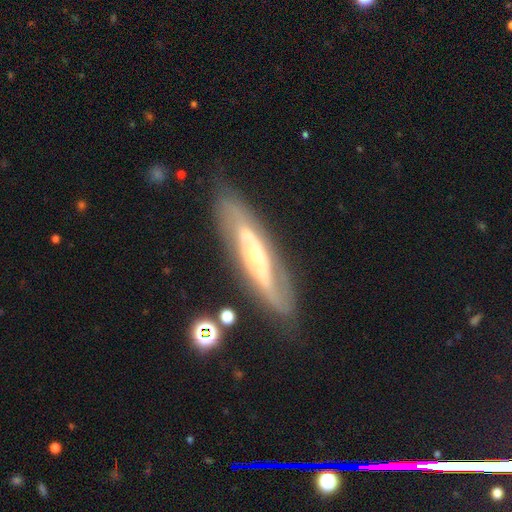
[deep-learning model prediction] This is likely a featured or disk galaxy (77%). It is likely not viewed edge-on (75%). Bar: likely no (67%). Spiral arm pattern: likely yes (66%). Central bulge: possibly small (53%). Merging: likely none (78%).